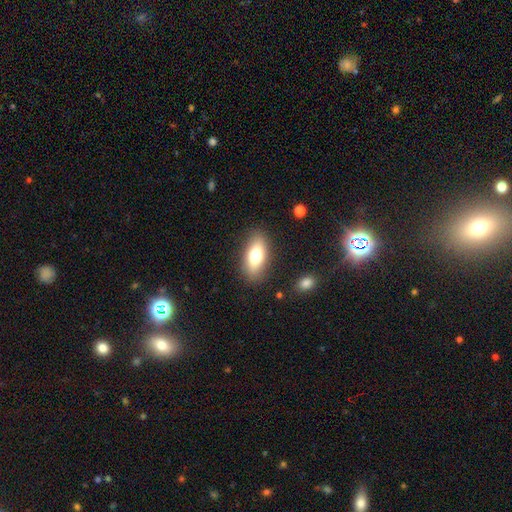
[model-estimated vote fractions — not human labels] Smooth or featured? smooth (73%)
How rounded? in between (82%)
Merging? none (86%)